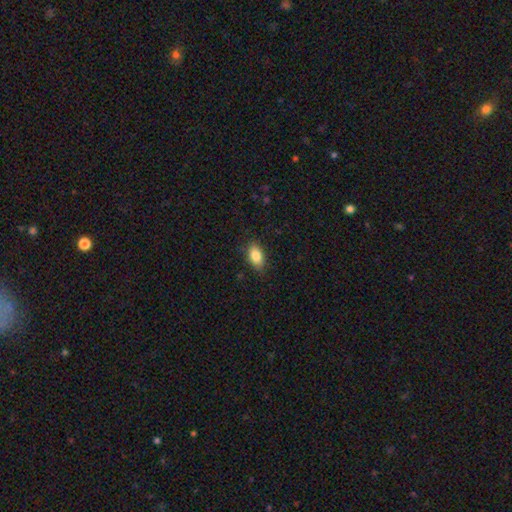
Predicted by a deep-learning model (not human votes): The model was most divided on "merging": none: 85%, minor disturbance: 12%, major disturbance: 3%, merger: 1%. More confident: how rounded — in between (89%); smooth or featured — smooth (84%).